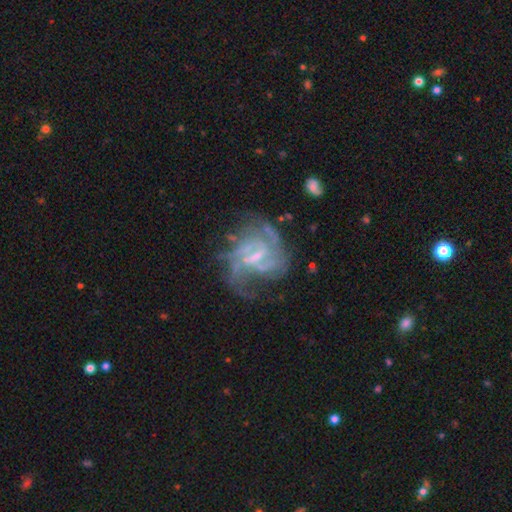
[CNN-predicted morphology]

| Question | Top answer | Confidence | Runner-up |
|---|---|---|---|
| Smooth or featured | featured or disk | 83% | smooth (9%) |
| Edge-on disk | no | 97% | yes (3%) |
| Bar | weak | 54% | strong (26%) |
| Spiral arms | yes | 86% | no (14%) |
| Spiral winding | medium | 45% | tight (37%) |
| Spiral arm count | can't tell | 34% | 2 (30%) |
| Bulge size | small | 47% | moderate (26%) |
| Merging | none | 45% | major disturbance (28%) |